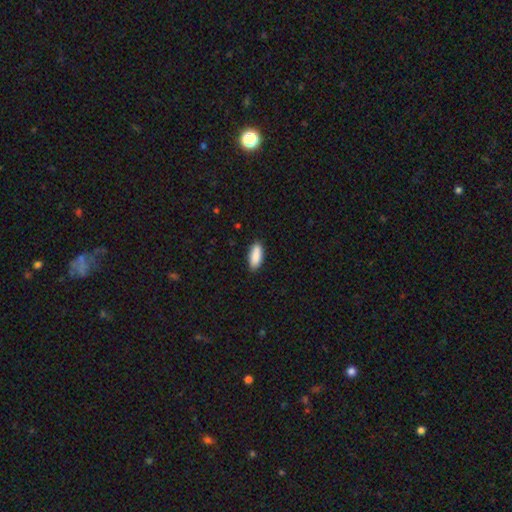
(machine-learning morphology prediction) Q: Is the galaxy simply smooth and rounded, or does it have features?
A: smooth — 90%.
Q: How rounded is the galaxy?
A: in between — 81%.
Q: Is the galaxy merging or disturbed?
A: none — 87%.